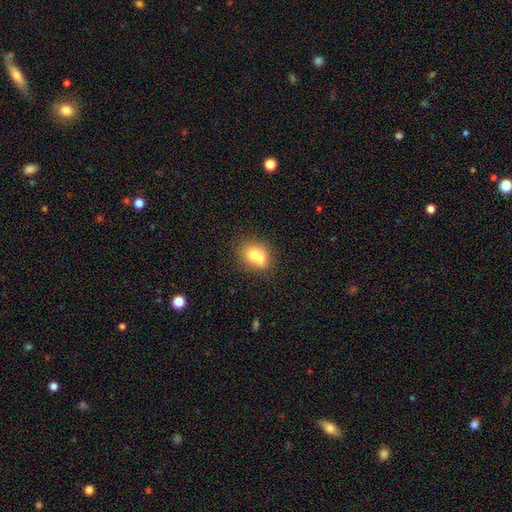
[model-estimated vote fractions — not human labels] Smooth or featured? Predicted: smooth (p=0.70). How rounded? Predicted: round (p=0.56). Merging? Predicted: merger (p=0.46).